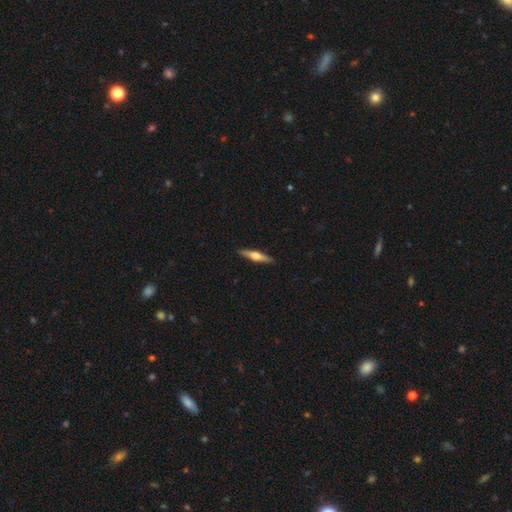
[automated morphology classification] A featured or disk galaxy (63%) viewed edge-on (97%) with a rounded central bulge (90%).

Vote fractions:
- Smooth or featured? featured or disk: 63% / smooth: 31% / star or artifact: 5%
- Edge-on disk? yes: 97% / no: 3%
- Edge-on bulge? rounded: 90% / boxy: 7% / none: 3%
- Merging? none: 91% / minor disturbance: 6% / major disturbance: 1% / merger: 1%